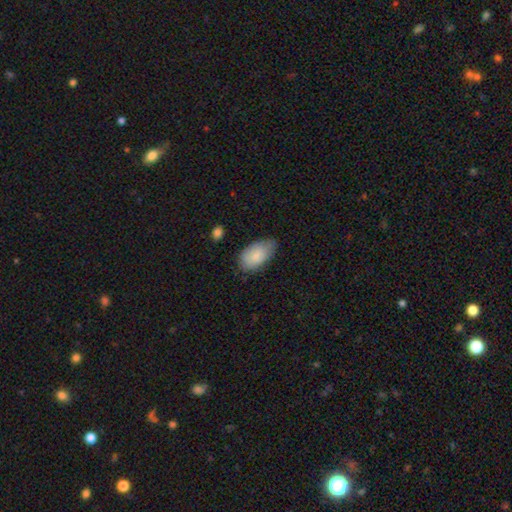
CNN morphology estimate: A smooth galaxy with no disk features (82%) that is in between round and cigar-shaped (95%). Merging: none (62%).